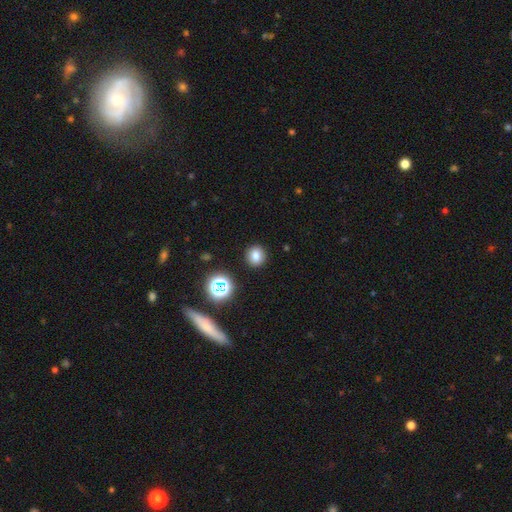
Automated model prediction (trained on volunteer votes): The model was most divided on "smooth or featured": smooth: 78%, star or artifact: 15%, featured or disk: 7%. More confident: merging — none (90%); how rounded — round (83%).